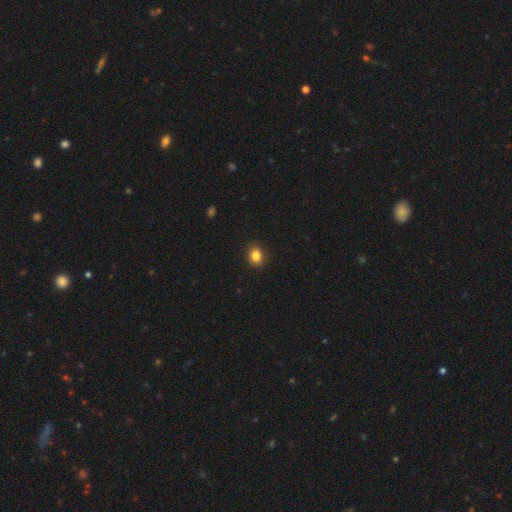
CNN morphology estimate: Smooth or featured?
  - smooth: 85% *
  - star or artifact: 10%
  - featured or disk: 5%
How rounded?
  - round: 53% *
  - in between: 46%
  - cigar-shaped: 1%
Merging?
  - none: 91% *
  - minor disturbance: 7%
  - major disturbance: 2%
  - merger: 1%